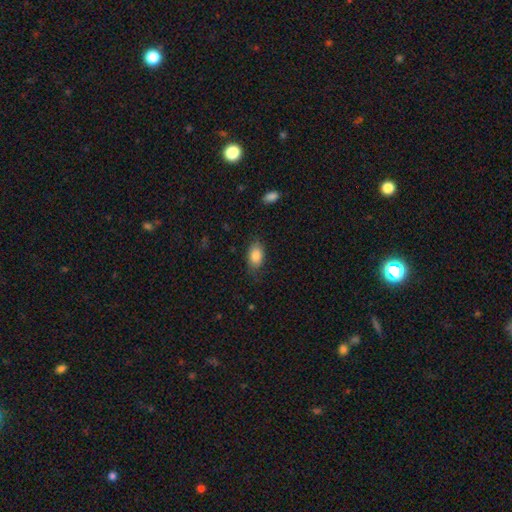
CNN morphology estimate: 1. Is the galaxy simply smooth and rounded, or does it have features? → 85% smooth, 7% featured or disk, 7% star or artifact.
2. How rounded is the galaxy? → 90% in between, 9% round, 2% cigar-shaped.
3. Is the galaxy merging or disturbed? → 77% none, 18% minor disturbance, 4% major disturbance, 1% merger.